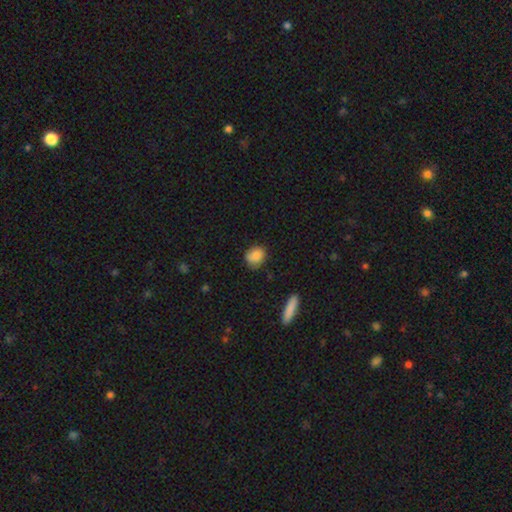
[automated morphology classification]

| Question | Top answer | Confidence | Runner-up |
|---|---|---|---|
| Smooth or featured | smooth | 87% | star or artifact (8%) |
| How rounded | round | 58% | in between (40%) |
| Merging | none | 76% | minor disturbance (19%) |